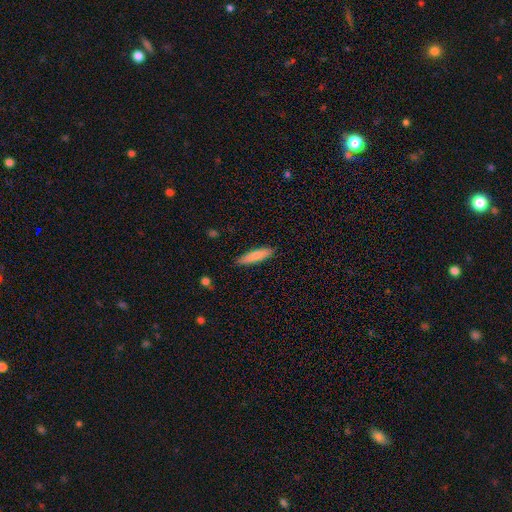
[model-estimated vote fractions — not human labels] Smooth or featured: smooth — 83% (featured or disk — 11%)
How rounded: cigar-shaped — 73% (in between — 25%)
Merging: none — 88% (minor disturbance — 9%)